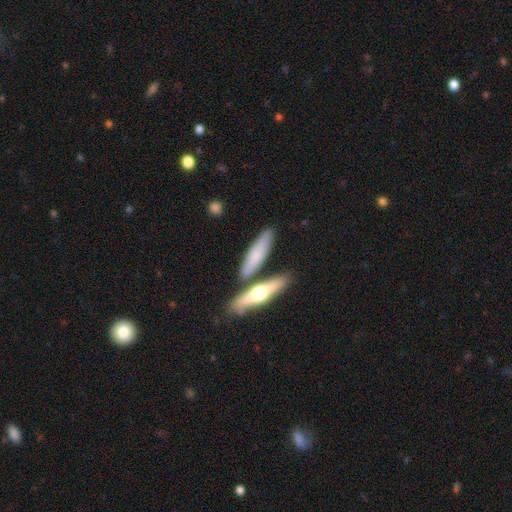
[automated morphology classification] This is likely a smooth galaxy (61%). How rounded: likely cigar-shaped (73%). Merging: likely none (68%).